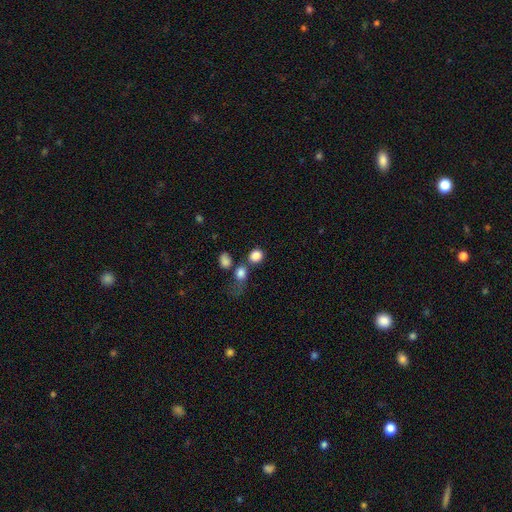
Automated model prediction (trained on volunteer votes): This appears to be a smooth galaxy with no disk features (85%) that is round (72%). Merging: none (59%).